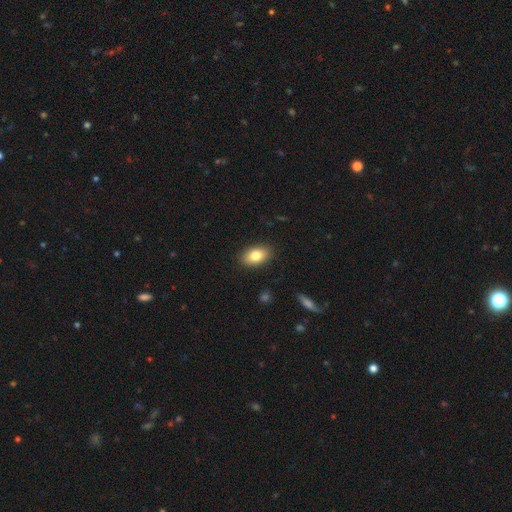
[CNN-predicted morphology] Smooth or featured: smooth — 82% (featured or disk — 10%)
How rounded: in between — 90% (round — 8%)
Merging: none — 88% (minor disturbance — 9%)